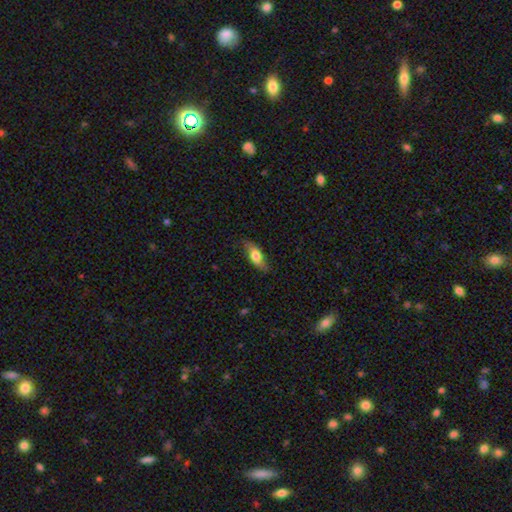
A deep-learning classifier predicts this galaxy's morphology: Overall: smooth (63%; featured or disk 31%). How rounded: in between (73%). Merging: none (77%).